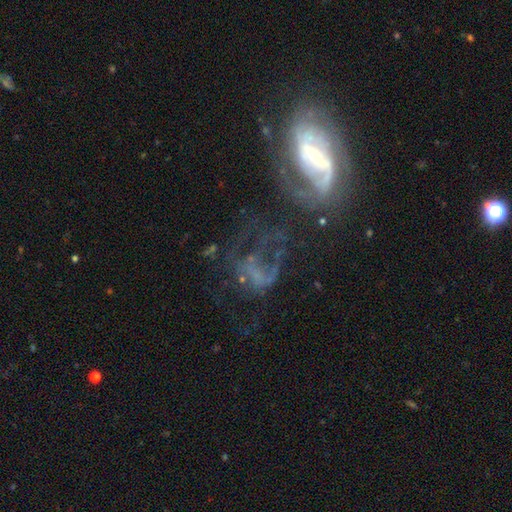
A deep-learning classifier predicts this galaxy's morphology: Smooth or featured? featured or disk (67%)
Edge-on disk? no (94%)
Bar? weak (38%)
Spiral arms? yes (76%)
Bulge size? small (37%)
Merging? none (38%)